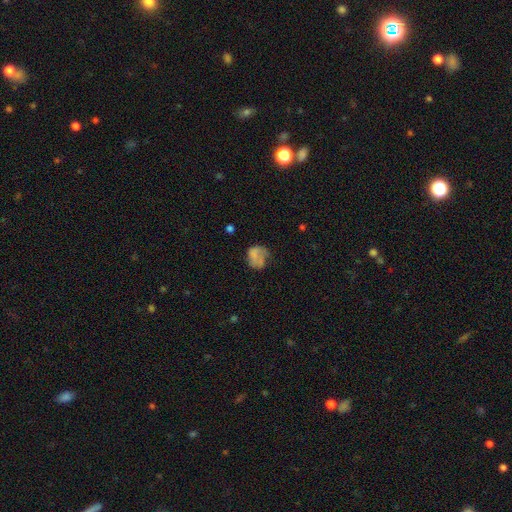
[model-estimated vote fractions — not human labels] A smooth galaxy with no disk features (61%) that is round (56%). Merging: none (38%).